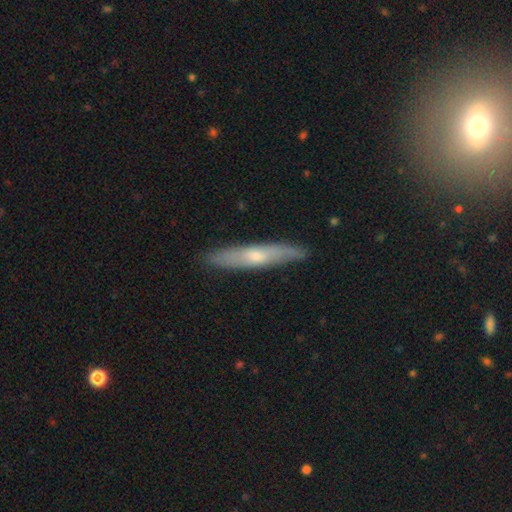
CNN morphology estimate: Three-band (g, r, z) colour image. It shows a smooth galaxy with no disk features (51%) that is cigar-shaped (88%). Merging: none (87%).